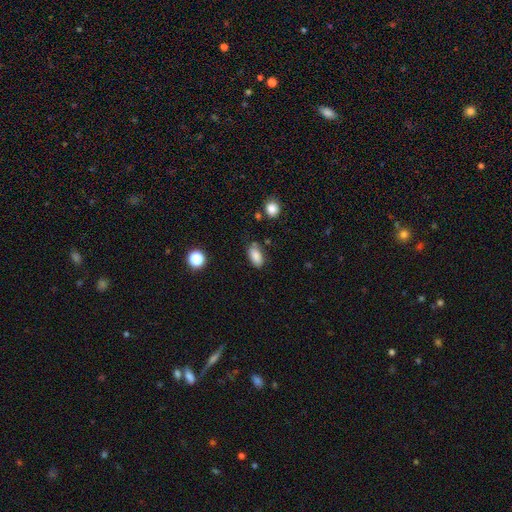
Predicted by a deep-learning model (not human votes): Overall: smooth (84%). How rounded: in between (90%). Merging: none (74%).